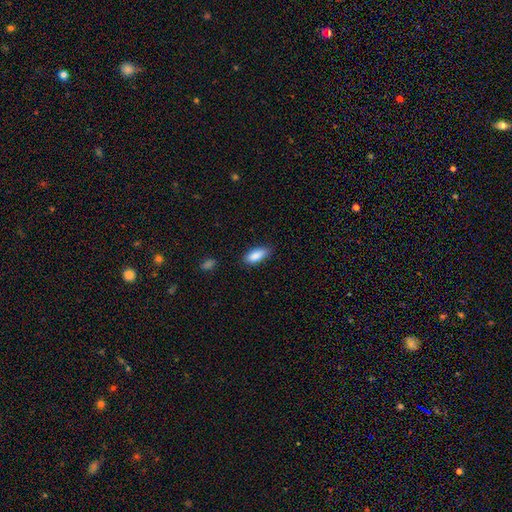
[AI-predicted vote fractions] Q: Smooth or featured?
A: smooth (88%); runner-up: star or artifact (7%)
Q: How rounded?
A: in between (85%); runner-up: cigar-shaped (13%)
Q: Merging?
A: none (79%); runner-up: minor disturbance (16%)